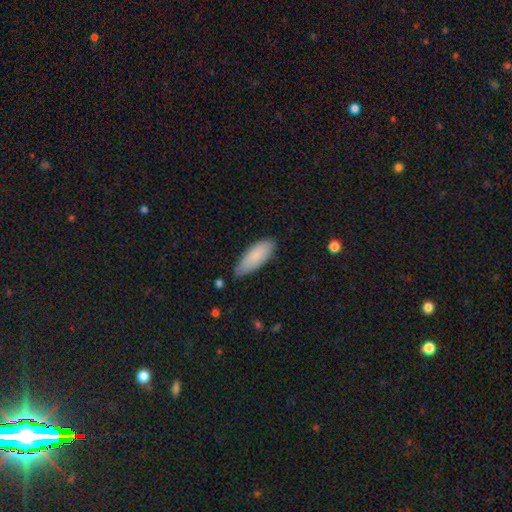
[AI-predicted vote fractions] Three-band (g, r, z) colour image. It shows a smooth galaxy with no disk features (85%) that is in between round and cigar-shaped (69%). Merging: none (75%).